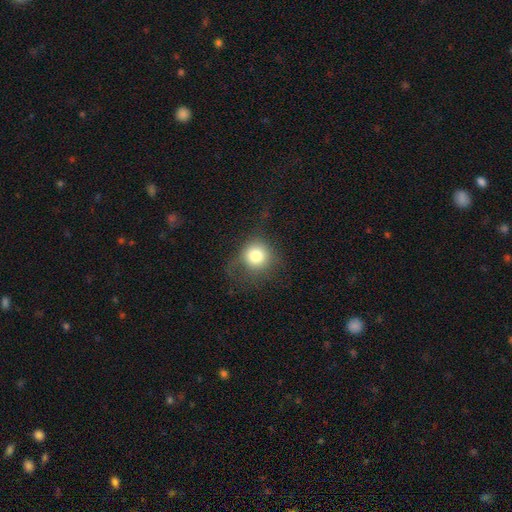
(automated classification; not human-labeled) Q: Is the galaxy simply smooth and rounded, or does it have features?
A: smooth — 78%.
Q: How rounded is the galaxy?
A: round — 90%.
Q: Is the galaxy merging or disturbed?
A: none — 63%.